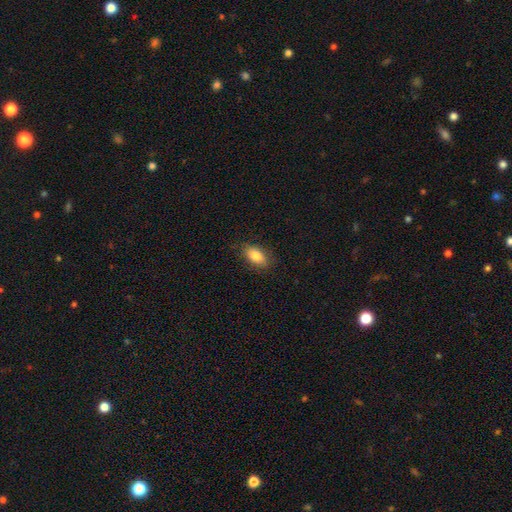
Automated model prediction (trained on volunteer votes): smooth-or-featured: smooth: 83% | featured or disk: 9% | star or artifact: 7%
  how-rounded: in between: 90% | round: 7% | cigar-shaped: 4%
  merging: none: 85% | minor disturbance: 11% | major disturbance: 3% | merger: 1%